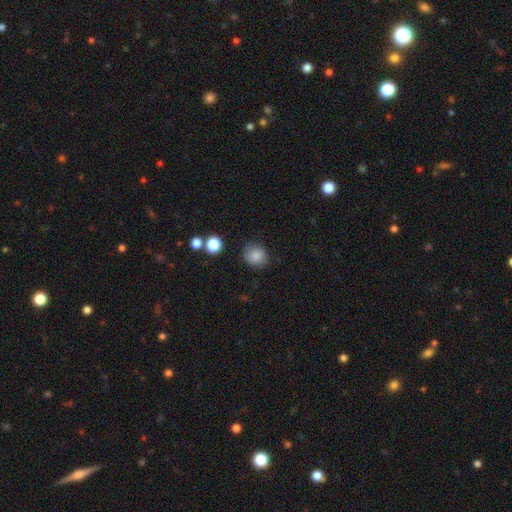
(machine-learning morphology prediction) A smooth galaxy with no disk features (83%) that is round (77%). Merging: none (77%).